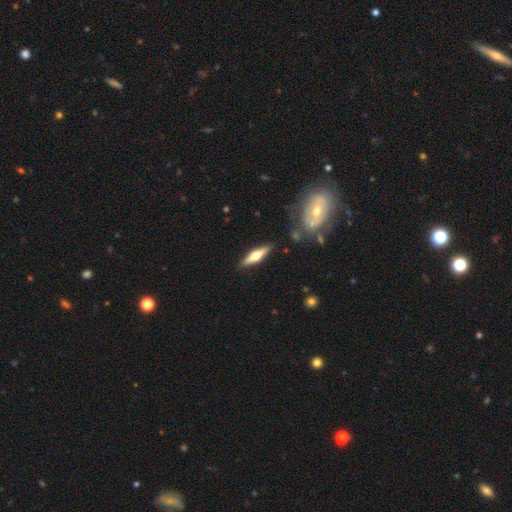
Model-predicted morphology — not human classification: type=featured or disk (56%); edge-on=yes (93%); edge-on bulge=rounded (93%); merging=none (87%).